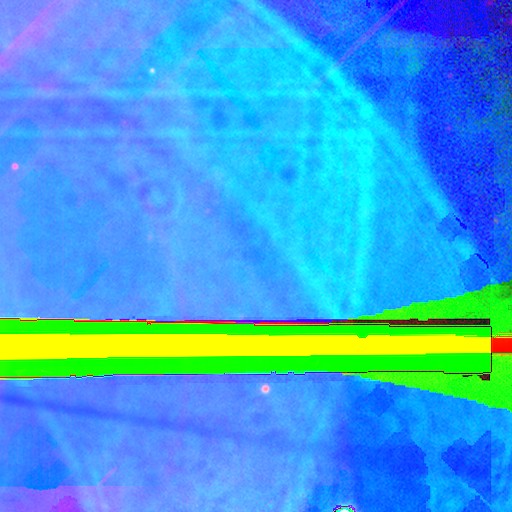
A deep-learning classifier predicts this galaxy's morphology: smooth_or_featured: star or artifact (p=0.84) [alt: smooth p=0.08]